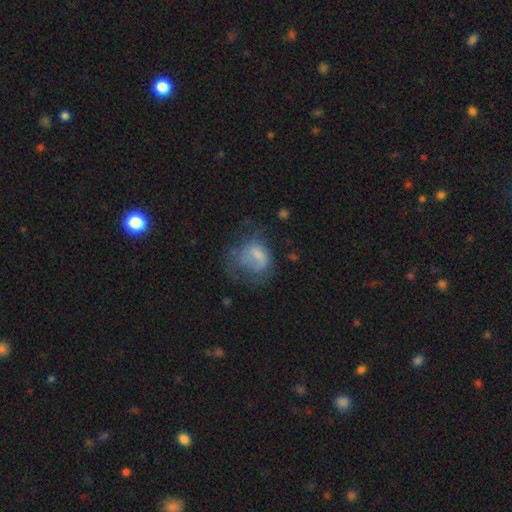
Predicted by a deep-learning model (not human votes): Q: Smooth or featured?
A: smooth (55%); runner-up: featured or disk (33%)
Q: How rounded?
A: in between (50%); runner-up: round (49%)
Q: Merging?
A: major disturbance (47%); runner-up: none (27%)